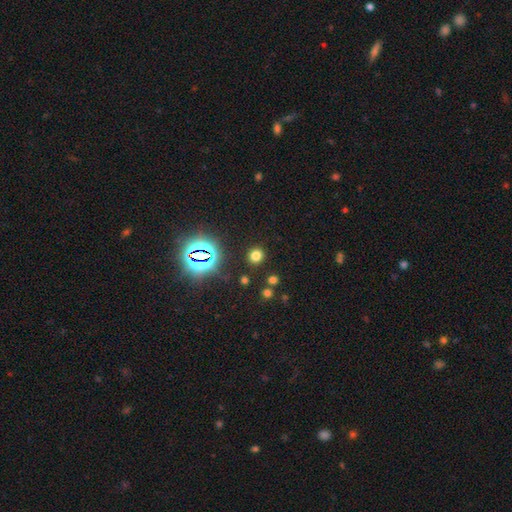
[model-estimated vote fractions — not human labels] This is likely a smooth galaxy (70%). How rounded: clearly round (83%). Merging: clearly none (88%).